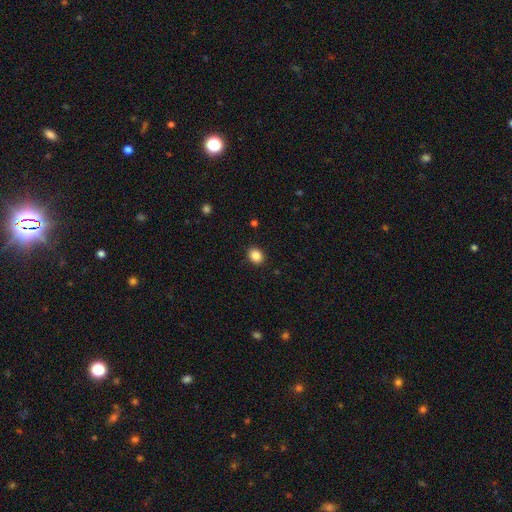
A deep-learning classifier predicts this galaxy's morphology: Smooth or featured? smooth (87%)
How rounded? round (53%)
Merging? none (90%)